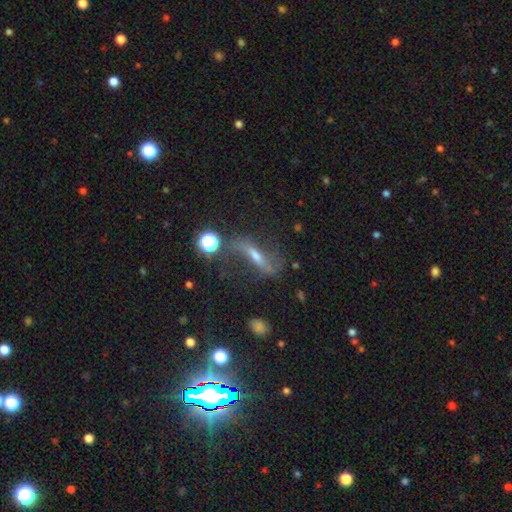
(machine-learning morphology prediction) smooth_or_featured: featured or disk (p=0.63) [alt: smooth p=0.22]
disk_edge_on: no (p=0.65) [alt: yes p=0.35]
merging: none (p=0.56) [alt: minor disturbance p=0.19]